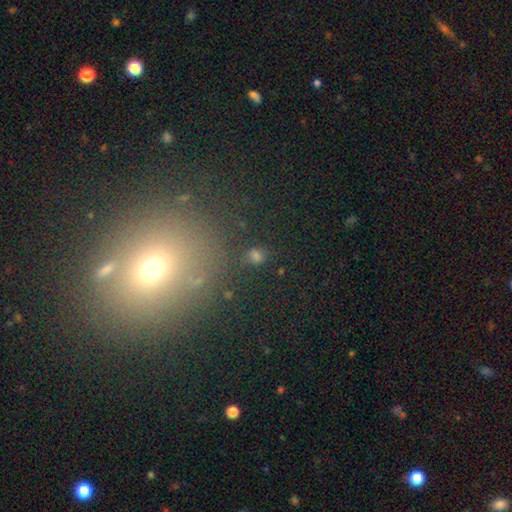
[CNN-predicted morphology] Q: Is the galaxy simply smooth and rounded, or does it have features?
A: smooth — 57%.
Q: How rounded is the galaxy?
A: round — 62%.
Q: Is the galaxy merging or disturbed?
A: none — 78%.